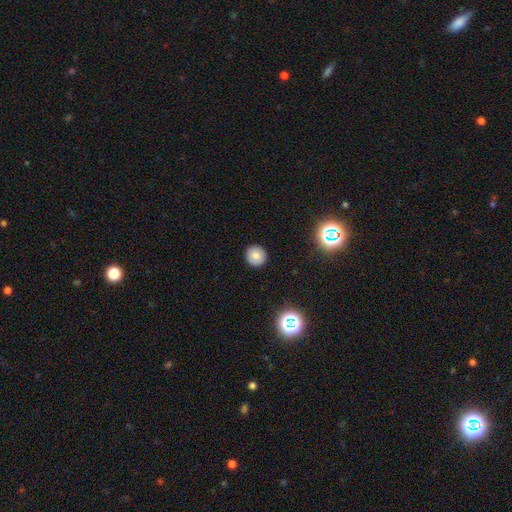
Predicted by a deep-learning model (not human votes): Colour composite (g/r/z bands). It shows a smooth galaxy with no disk features (77%) that is round (94%). Merging: none (92%).